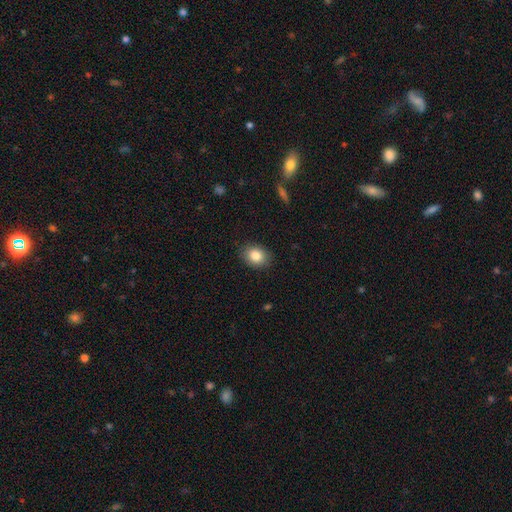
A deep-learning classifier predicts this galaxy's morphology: The model was most divided on "how rounded": in between: 59%, round: 40%, cigar-shaped: 1%. More confident: merging — none (88%); smooth or featured — smooth (85%).